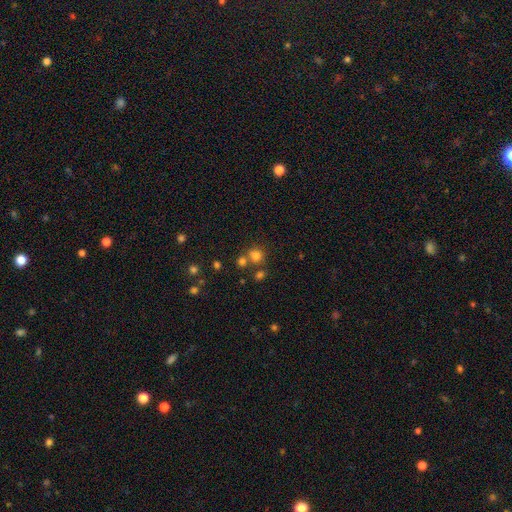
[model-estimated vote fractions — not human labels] Morphology: type=smooth (75%); roundness=round (87%); merging=none (64%).